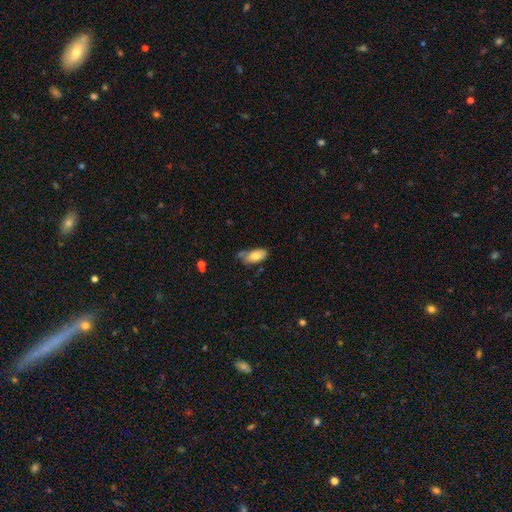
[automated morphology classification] Smooth or featured? smooth (76%)
How rounded? in between (90%)
Merging? none (50%)